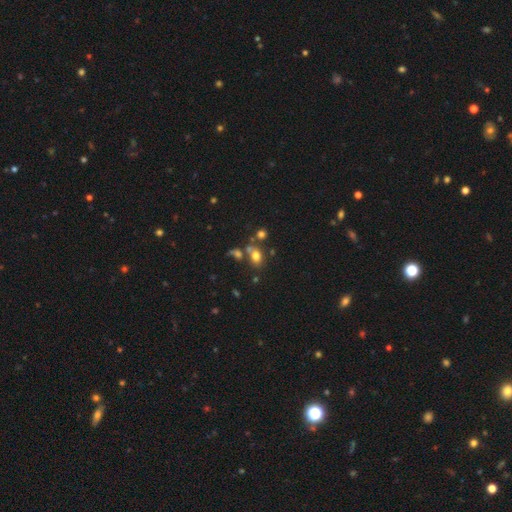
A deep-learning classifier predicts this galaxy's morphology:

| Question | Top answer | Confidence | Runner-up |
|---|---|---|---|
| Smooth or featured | smooth | 71% | star or artifact (17%) |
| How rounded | in between | 57% | round (41%) |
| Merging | none | 54% | merger (27%) |